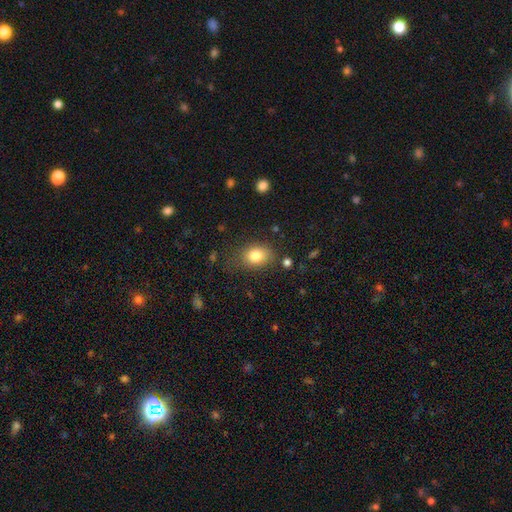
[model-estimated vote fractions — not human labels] Smooth or featured? Predicted: smooth (p=0.81). How rounded? Predicted: in between (p=0.66). Merging? Predicted: none (p=0.77).